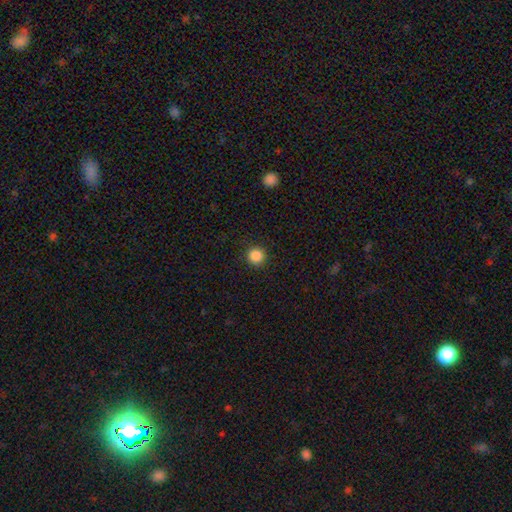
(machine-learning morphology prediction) A smooth galaxy with no disk features (87%) that is round (95%). Merging: none (92%).